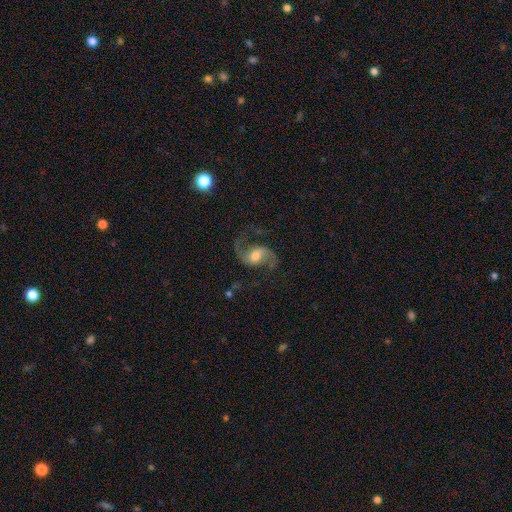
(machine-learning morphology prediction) Q: Smooth or featured?
A: featured or disk (88%); runner-up: smooth (7%)
Q: Edge-on disk?
A: no (98%); runner-up: yes (2%)
Q: Bar?
A: weak (50%); runner-up: no (32%)
Q: Spiral arms?
A: yes (96%); runner-up: no (4%)
Q: Spiral winding?
A: loose (63%); runner-up: medium (32%)
Q: Spiral arm count?
A: 2 (93%); runner-up: 1 (3%)
Q: Bulge size?
A: moderate (59%); runner-up: small (24%)
Q: Merging?
A: none (72%); runner-up: minor disturbance (13%)